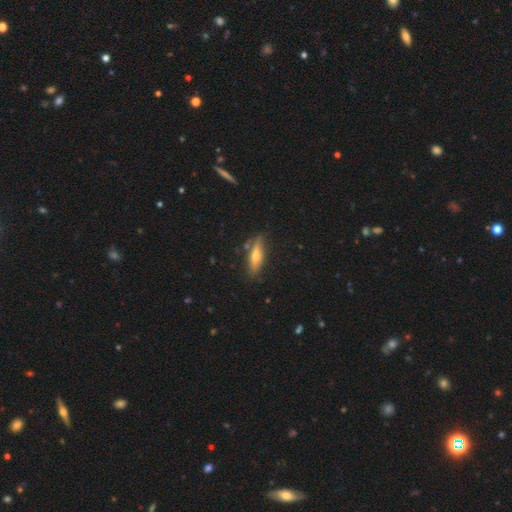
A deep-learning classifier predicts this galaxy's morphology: smooth 53%, featured or disk 40%, star or artifact 7%. Down the decision tree: how rounded — cigar-shaped (62%); merging — none (77%).